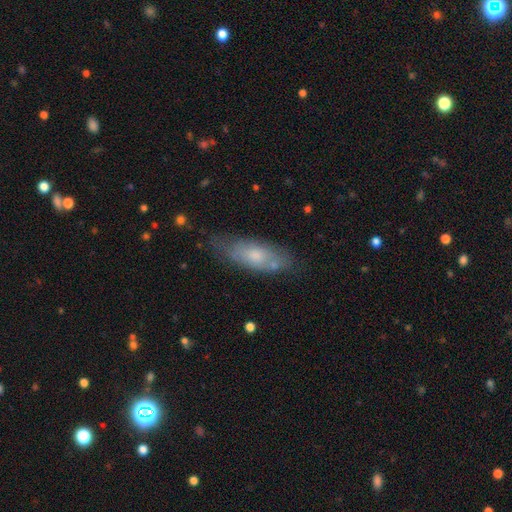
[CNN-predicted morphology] Overall: smooth (60%; featured or disk 33%). How rounded: in between (70%). Merging: none (65%).